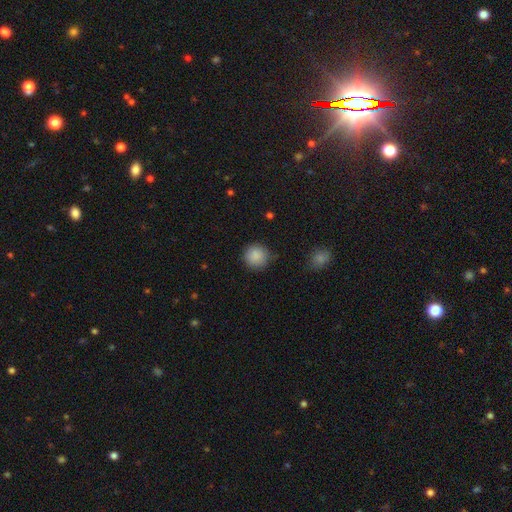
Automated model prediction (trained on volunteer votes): Smooth or featured? Predicted: smooth (p=0.88). How rounded? Predicted: round (p=0.94). Merging? Predicted: none (p=0.82).